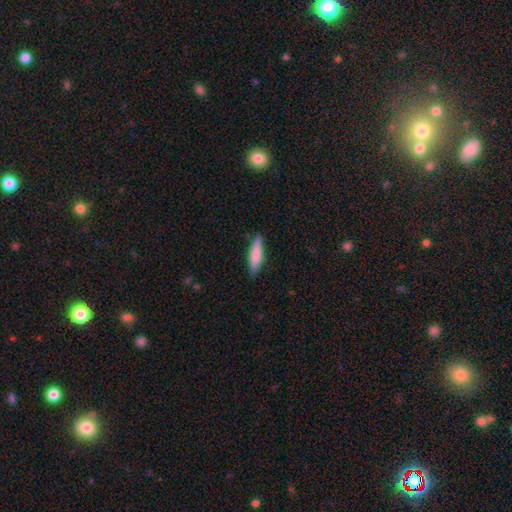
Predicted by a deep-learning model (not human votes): Morphology: type=smooth (75%); roundness=cigar-shaped (77%); merging=none (86%).